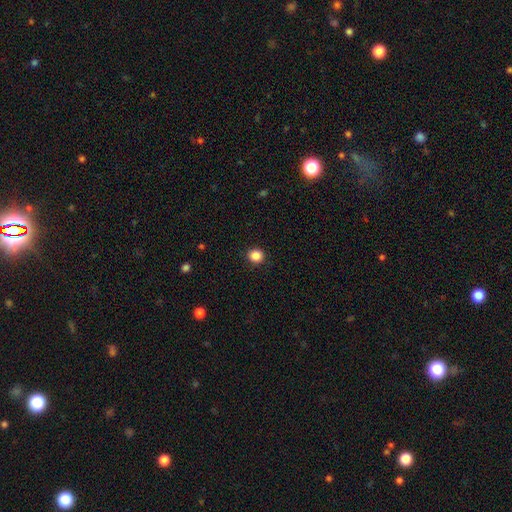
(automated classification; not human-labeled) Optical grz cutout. It shows a smooth galaxy with no disk features (86%) that is round (90%). Merging: none (92%).